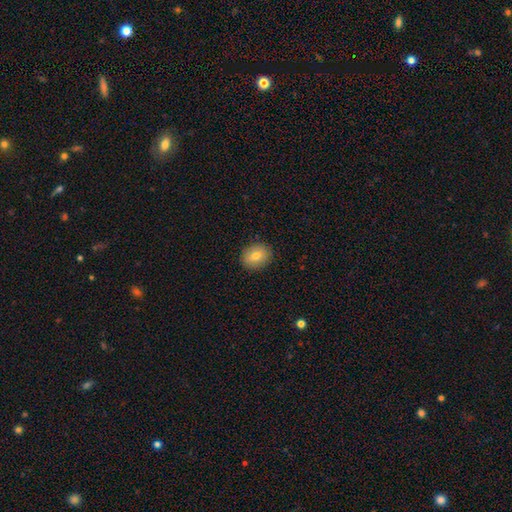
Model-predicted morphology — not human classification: Smooth or featured?
  - smooth: 79% *
  - featured or disk: 13%
  - star or artifact: 8%
How rounded?
  - in between: 50% *
  - round: 49%
  - cigar-shaped: 1%
Merging?
  - none: 89% *
  - minor disturbance: 8%
  - major disturbance: 2%
  - merger: 1%